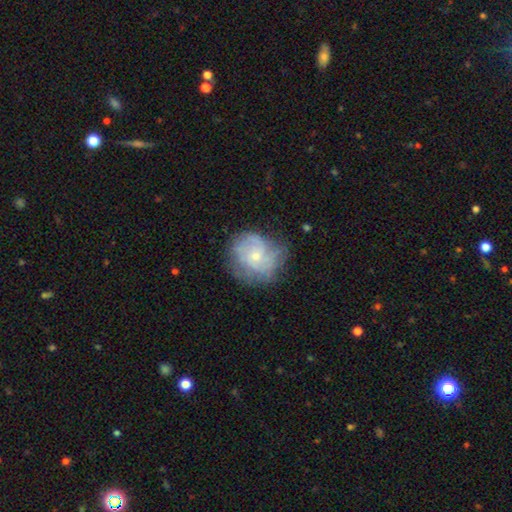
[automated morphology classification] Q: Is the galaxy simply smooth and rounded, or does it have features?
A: featured or disk — 65%.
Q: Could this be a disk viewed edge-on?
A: no — 98%.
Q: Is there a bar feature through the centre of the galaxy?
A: no — 78%.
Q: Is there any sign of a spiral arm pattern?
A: yes — 83%.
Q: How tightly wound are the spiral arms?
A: tight — 48%.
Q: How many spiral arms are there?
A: can't tell — 44%.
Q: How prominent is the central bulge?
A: small — 67%.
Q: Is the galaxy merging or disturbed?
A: none — 61%.